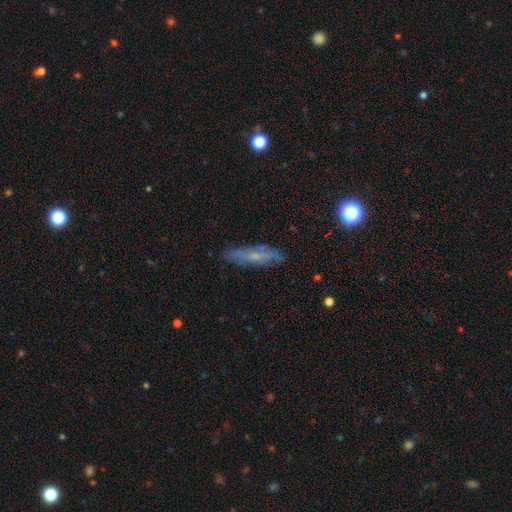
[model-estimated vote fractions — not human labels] featured or disk 46%, smooth 45%, star or artifact 9%. Down the decision tree: merging — none (80%).